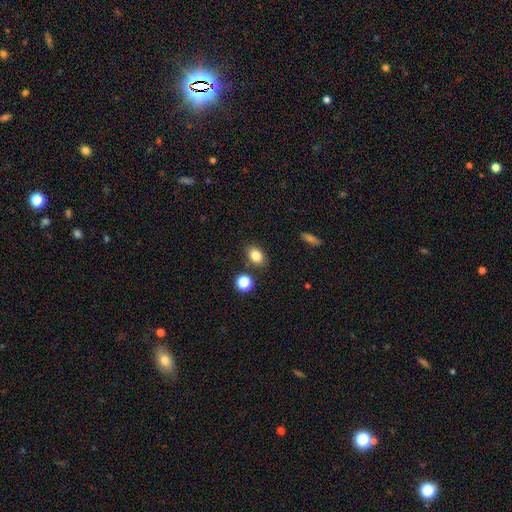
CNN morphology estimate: smooth_or_featured: smooth (p=0.82) [alt: star or artifact p=0.11]
how_rounded: in between (p=0.70) [alt: round p=0.29]
merging: none (p=0.82) [alt: minor disturbance p=0.10]